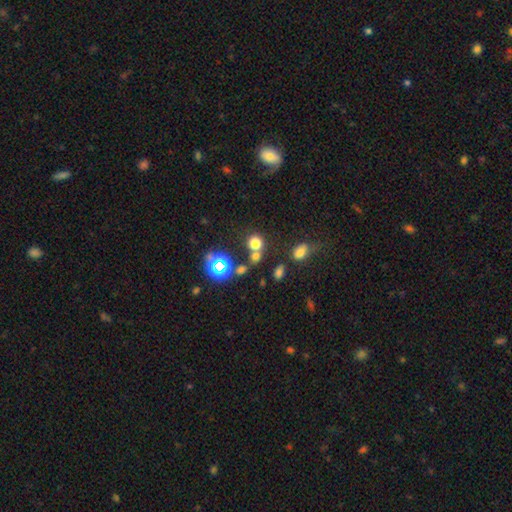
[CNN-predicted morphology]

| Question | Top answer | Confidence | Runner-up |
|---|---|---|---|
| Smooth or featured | smooth | 60% | star or artifact (31%) |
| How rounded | round | 74% | in between (24%) |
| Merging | none | 60% | merger (25%) |